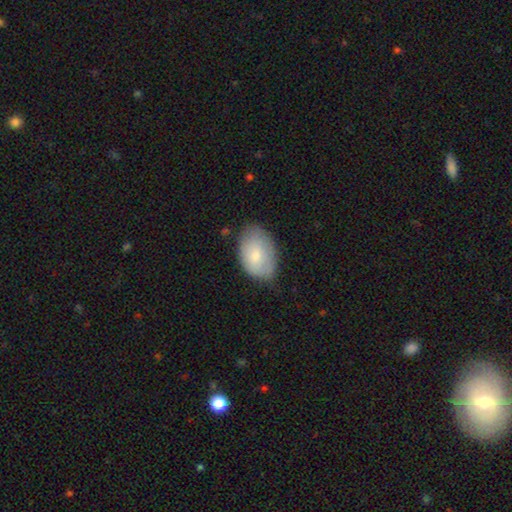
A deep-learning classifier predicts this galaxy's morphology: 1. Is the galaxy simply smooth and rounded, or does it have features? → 76% smooth, 17% featured or disk, 6% star or artifact.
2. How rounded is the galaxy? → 87% in between, 11% round, 1% cigar-shaped.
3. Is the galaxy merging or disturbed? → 67% none, 27% minor disturbance, 5% major disturbance, 1% merger.